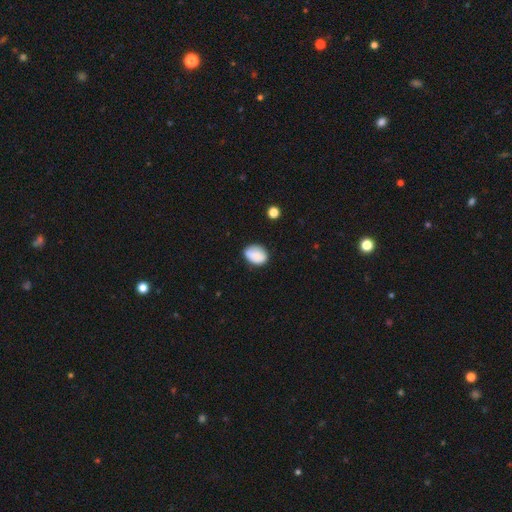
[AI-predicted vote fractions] smooth_or_featured: smooth (p=0.86) [alt: star or artifact p=0.08]
how_rounded: in between (p=0.74) [alt: round p=0.24]
merging: none (p=0.76) [alt: minor disturbance p=0.18]